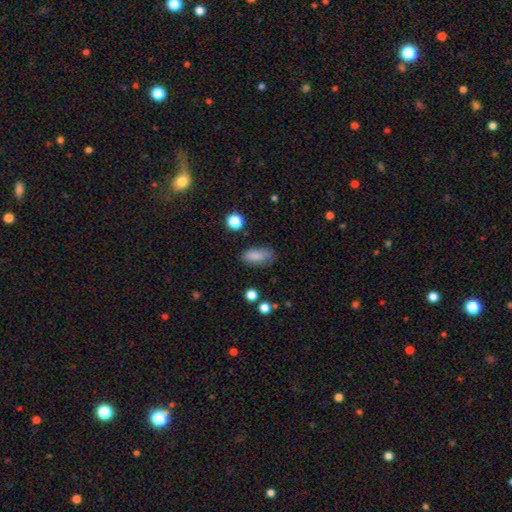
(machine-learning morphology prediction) Overall: smooth (84%). How rounded: in between (85%). Merging: none (69%).